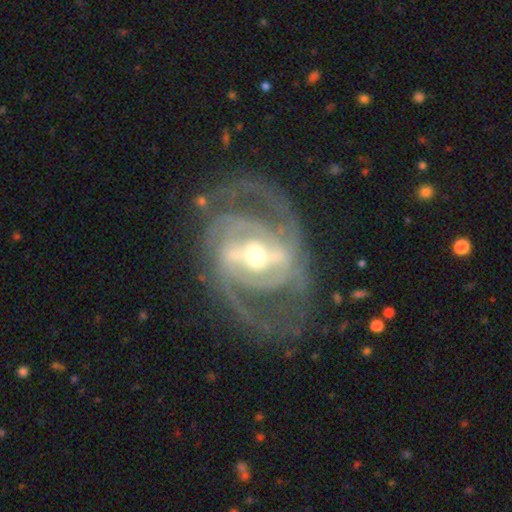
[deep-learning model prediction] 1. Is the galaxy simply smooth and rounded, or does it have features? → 90% featured or disk, 5% star or artifact, 5% smooth.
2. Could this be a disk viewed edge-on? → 96% no, 4% yes.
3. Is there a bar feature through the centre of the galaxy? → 57% strong, 32% weak, 11% no.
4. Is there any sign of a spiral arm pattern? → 95% yes, 5% no.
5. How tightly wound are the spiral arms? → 45% medium, 43% tight, 12% loose.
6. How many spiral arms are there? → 48% 2, 21% 3, 16% can't tell, 7% 4, 4% 1, 4% more than 4.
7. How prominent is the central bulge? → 59% moderate, 33% small, 7% large, 1% none, 1% dominant.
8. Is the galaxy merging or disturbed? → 69% none, 16% minor disturbance, 14% major disturbance, 2% merger.